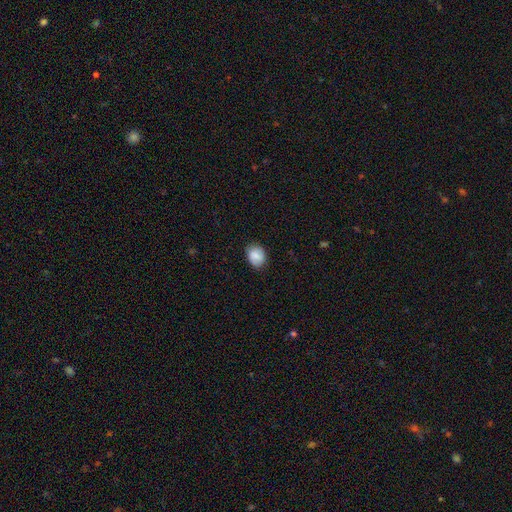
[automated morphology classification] smooth 81%, featured or disk 11%, star or artifact 8%. Down the decision tree: how rounded — in between (54%); merging — none (80%).